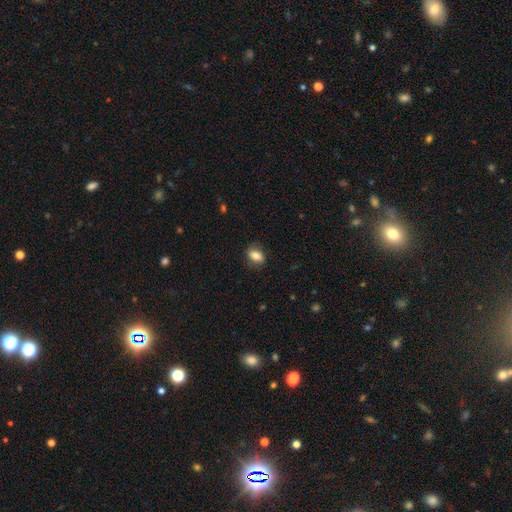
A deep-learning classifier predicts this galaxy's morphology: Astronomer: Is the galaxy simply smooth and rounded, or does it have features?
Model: smooth — 81%.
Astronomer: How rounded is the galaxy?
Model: in between — 81%.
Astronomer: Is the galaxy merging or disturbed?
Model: none — 82%.